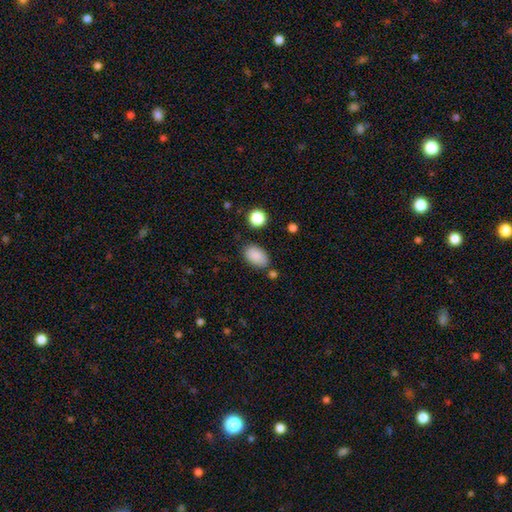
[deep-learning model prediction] This is clearly a smooth galaxy (87%). How rounded: clearly in between (91%). Merging: likely none (74%).